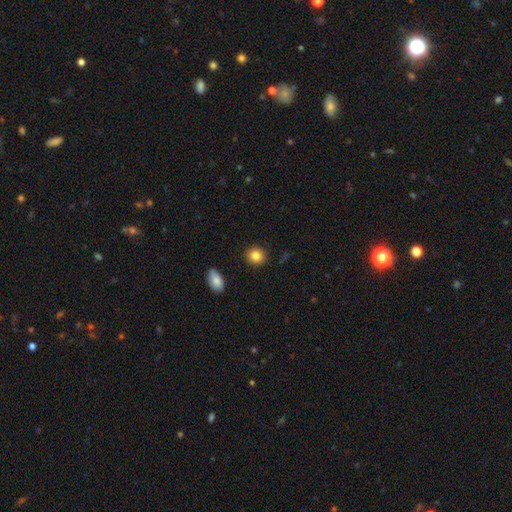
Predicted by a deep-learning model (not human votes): The model was most divided on "how rounded": round: 83%, in between: 16%, cigar-shaped: 1%. More confident: merging — none (90%); smooth or featured — smooth (85%).